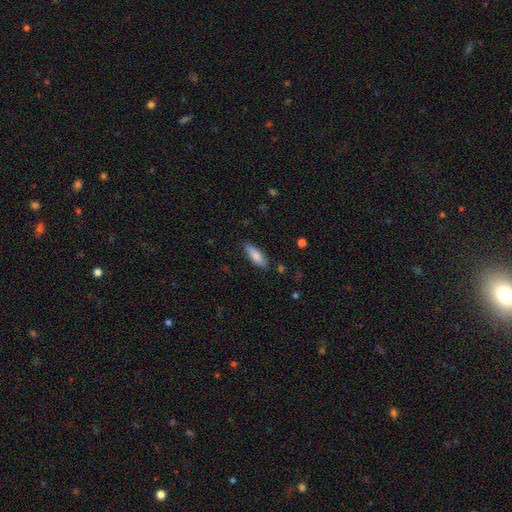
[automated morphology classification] type=smooth (76%); roundness=in between (51%); merging=none (83%).